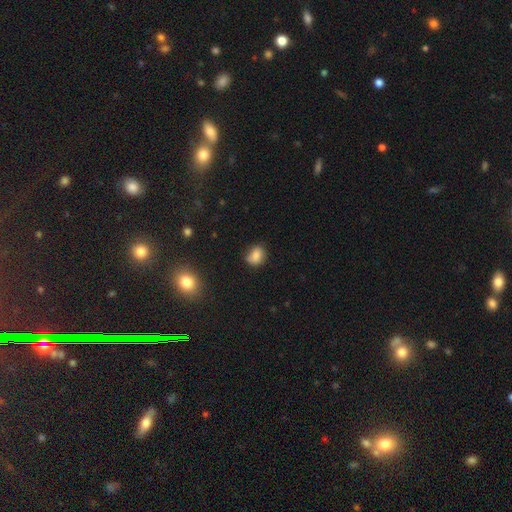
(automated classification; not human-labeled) smooth 81%, star or artifact 11%, featured or disk 9%. Down the decision tree: how rounded — round (52%); merging — none (69%).